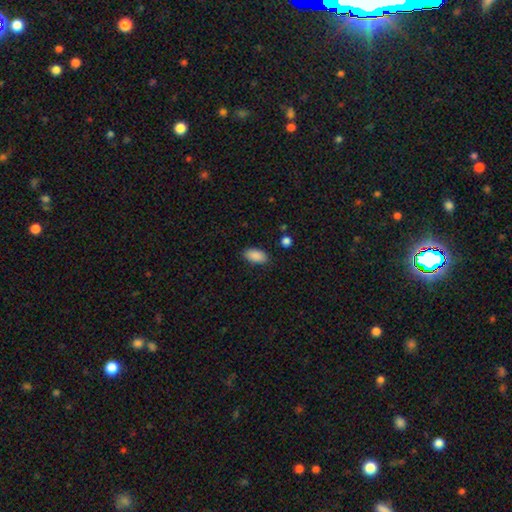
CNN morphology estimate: Smooth or featured? smooth (89%)
How rounded? in between (93%)
Merging? none (85%)